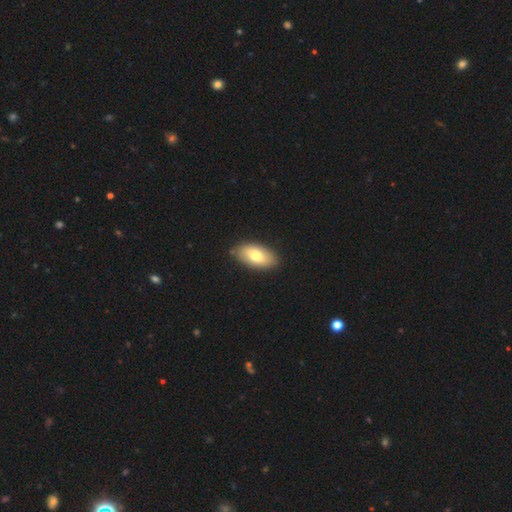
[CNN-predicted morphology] Smooth or featured? smooth (74%)
How rounded? in between (93%)
Merging? none (86%)